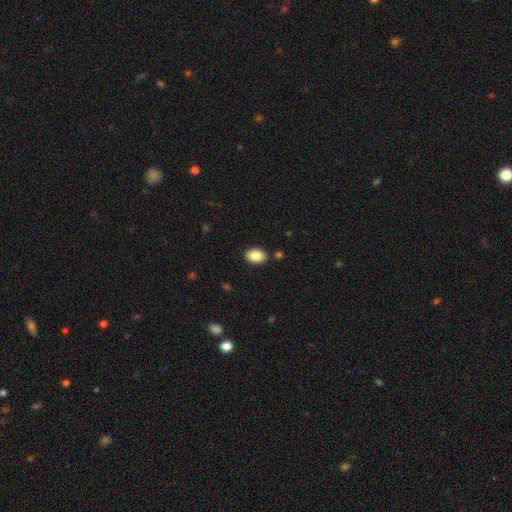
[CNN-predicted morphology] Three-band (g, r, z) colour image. It shows a smooth galaxy with no disk features (86%) that is in between round and cigar-shaped (79%). Merging: none (88%).